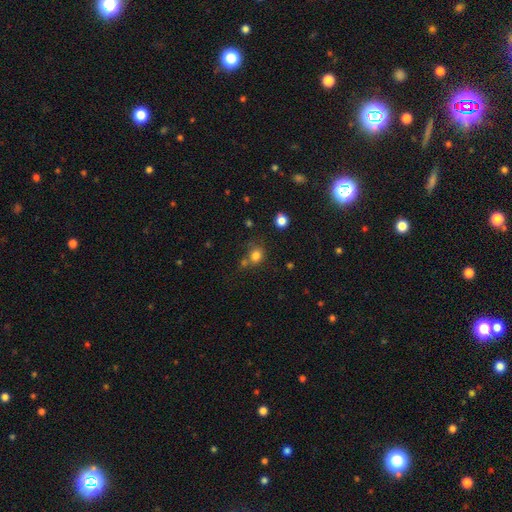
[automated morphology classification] type=smooth (79%); roundness=round (73%); merging=none (58%).